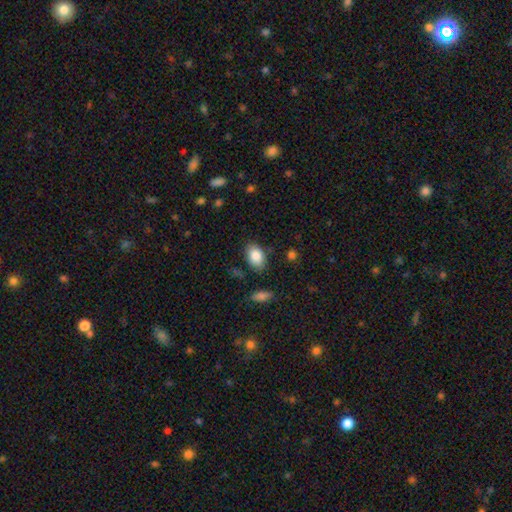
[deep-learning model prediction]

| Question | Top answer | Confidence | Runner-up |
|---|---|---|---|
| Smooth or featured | smooth | 85% | featured or disk (8%) |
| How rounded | in between | 87% | round (12%) |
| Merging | none | 80% | minor disturbance (14%) |